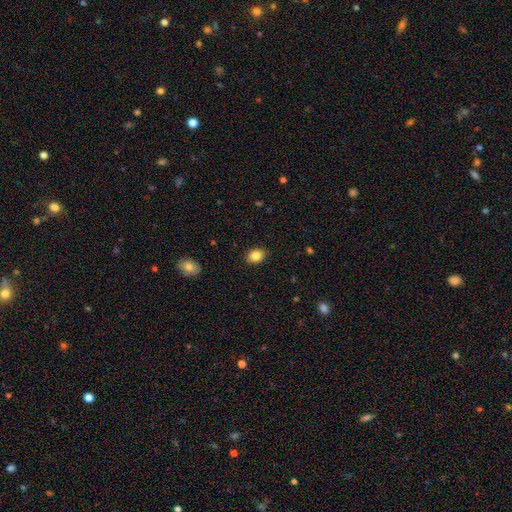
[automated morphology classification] A smooth galaxy with no disk features (85%) that is in between round and cigar-shaped (64%).

Vote fractions:
- Smooth or featured? smooth: 85% / star or artifact: 9% / featured or disk: 6%
- How rounded? in between: 64% / round: 35% / cigar-shaped: 1%
- Merging? none: 88% / minor disturbance: 9% / major disturbance: 2% / merger: 1%